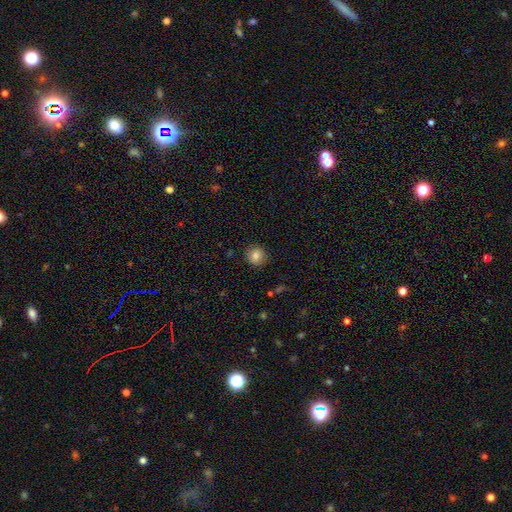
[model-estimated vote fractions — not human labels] Morphology: type=smooth (83%); roundness=round (88%); merging=none (89%).